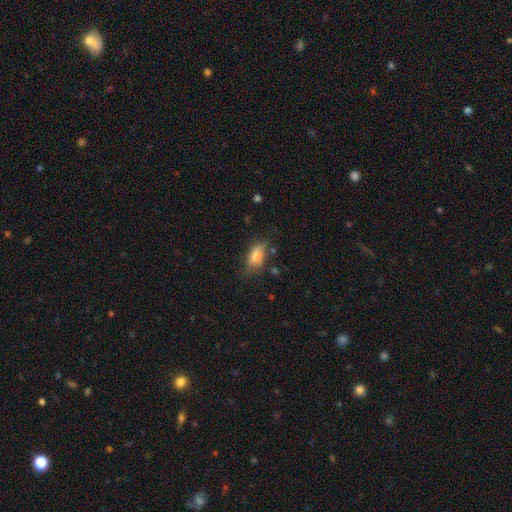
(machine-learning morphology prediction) A smooth galaxy with no disk features (74%) that is in between round and cigar-shaped (86%). Merging: none (51%).